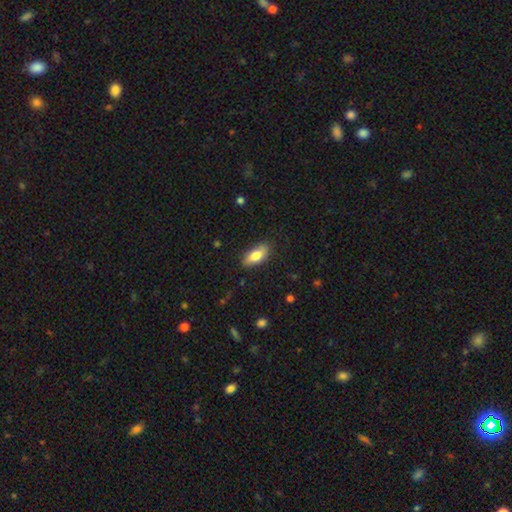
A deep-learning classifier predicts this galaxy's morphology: Smooth or featured? Predicted: smooth (p=0.79). How rounded? Predicted: in between (p=0.85). Merging? Predicted: none (p=0.83).